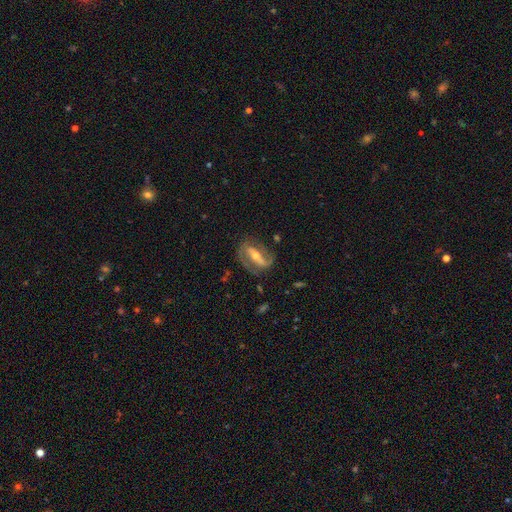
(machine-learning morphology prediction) Smooth or featured? featured or disk (82%)
Edge-on disk? no (91%)
Bar? strong (61%)
Spiral arms? yes (87%)
Spiral winding? medium (43%)
Spiral arm count? 2 (80%)
Bulge size? moderate (51%)
Merging? none (70%)